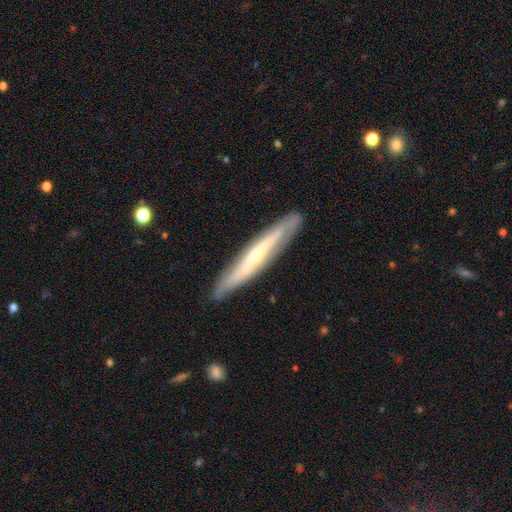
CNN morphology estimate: featured or disk 66%, smooth 28%, star or artifact 7%. Down the decision tree: edge-on disk — yes (82%); edge-on bulge — rounded (61%); merging — none (87%).